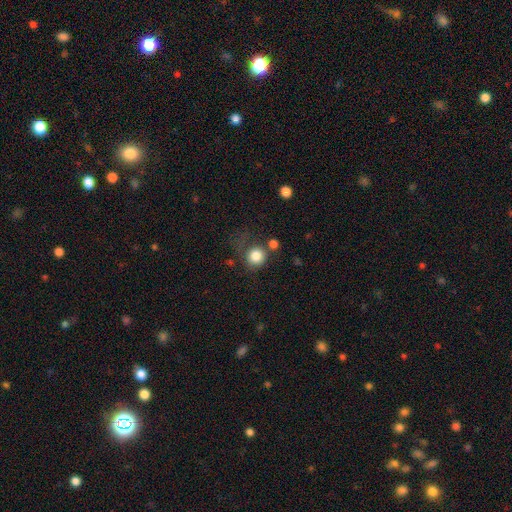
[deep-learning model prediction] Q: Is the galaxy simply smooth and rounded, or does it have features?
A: smooth — 83%.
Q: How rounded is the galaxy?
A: round — 88%.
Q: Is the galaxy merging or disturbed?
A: none — 61%.